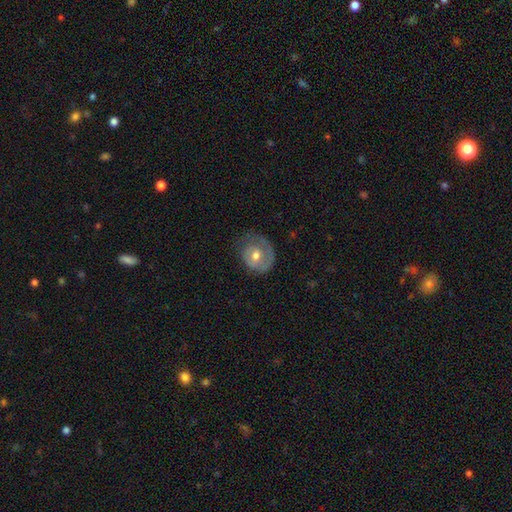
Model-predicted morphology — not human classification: This is possibly a featured or disk galaxy (51%). It is clearly not viewed edge-on (96%). Merging: possibly none (52%).